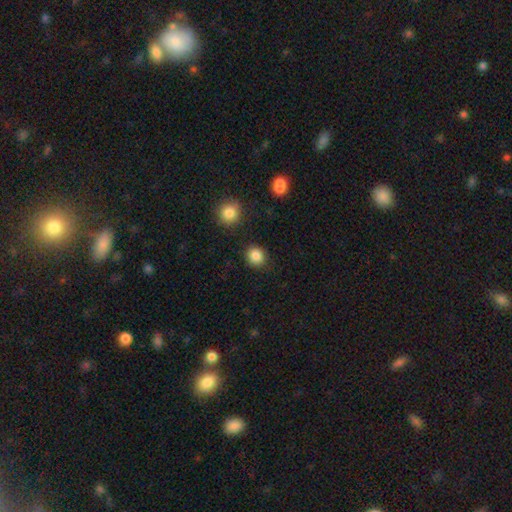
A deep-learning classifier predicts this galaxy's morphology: type=smooth (87%); roundness=round (83%); merging=none (89%).